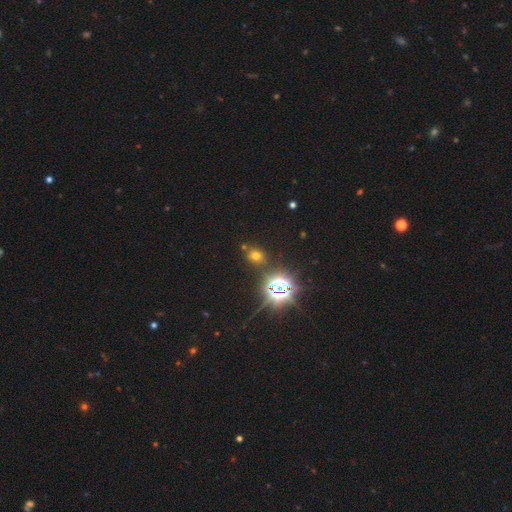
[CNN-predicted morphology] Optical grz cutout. It shows a smooth galaxy with no disk features (51%) that is round (58%). Merging: none (81%).